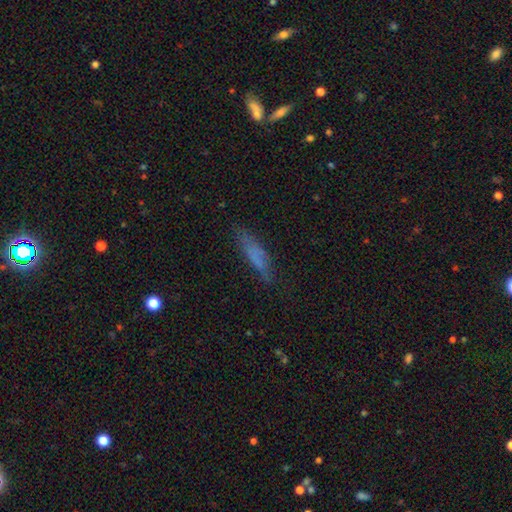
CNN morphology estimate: smooth_or_featured: smooth (p=0.66) [alt: featured or disk p=0.24]
how_rounded: cigar-shaped (p=0.75) [alt: in between p=0.23]
merging: none (p=0.72) [alt: minor disturbance p=0.20]